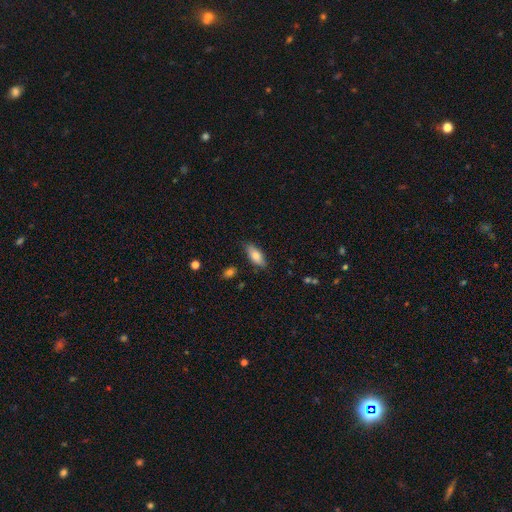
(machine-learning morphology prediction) A smooth galaxy with no disk features (77%) that is in between round and cigar-shaped (80%).

Vote fractions:
- Smooth or featured? smooth: 77% / featured or disk: 16% / star or artifact: 7%
- How rounded? in between: 80% / cigar-shaped: 18% / round: 3%
- Merging? none: 81% / minor disturbance: 15% / major disturbance: 3% / merger: 2%